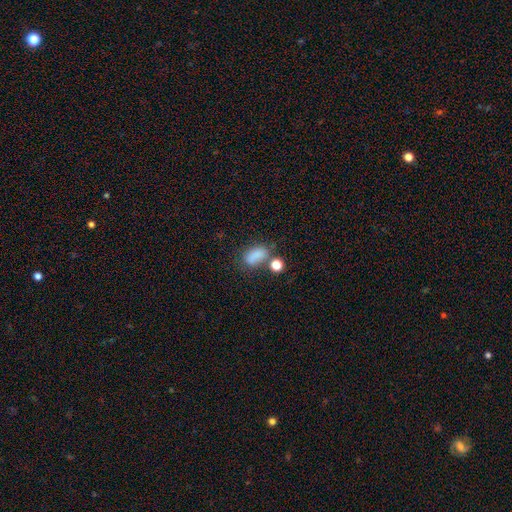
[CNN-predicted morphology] Smooth or featured?
  - smooth: 76% *
  - star or artifact: 13%
  - featured or disk: 11%
How rounded?
  - in between: 80% *
  - round: 15%
  - cigar-shaped: 4%
Merging?
  - none: 44% *
  - merger: 23%
  - minor disturbance: 20%
  - major disturbance: 13%